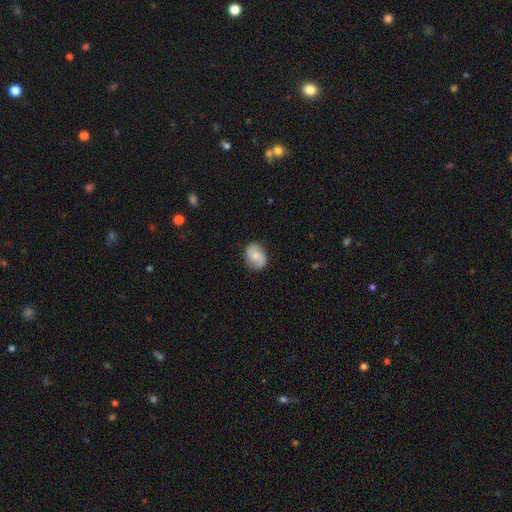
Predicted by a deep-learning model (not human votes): smooth 47%, featured or disk 46%, star or artifact 7%. Down the decision tree: merging — none (81%).